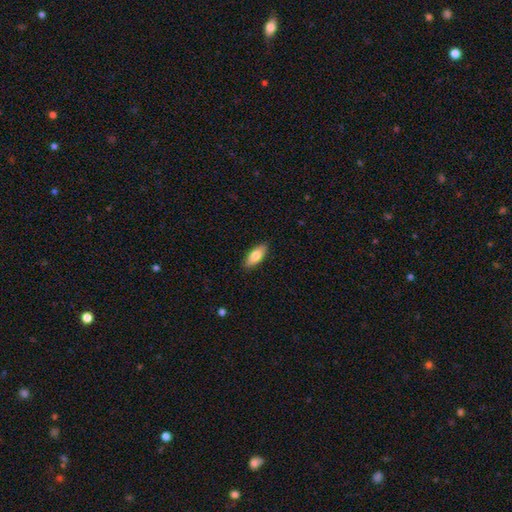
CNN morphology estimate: smooth-or-featured: smooth: 77% | featured or disk: 18% | star or artifact: 6%
  how-rounded: in between: 77% | cigar-shaped: 21% | round: 2%
  merging: none: 89% | minor disturbance: 8% | major disturbance: 2% | merger: 1%